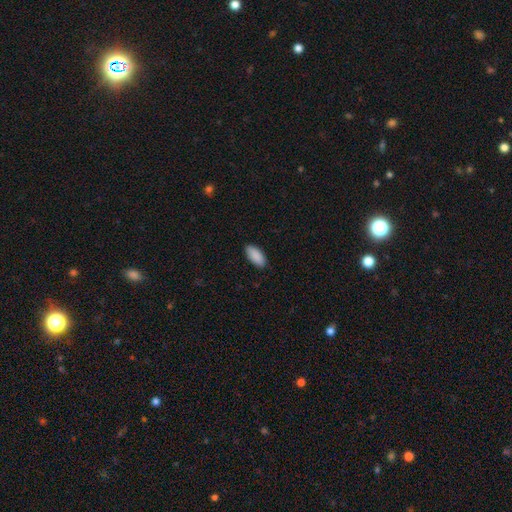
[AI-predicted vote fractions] Smooth or featured: smooth — 91% (star or artifact — 6%)
How rounded: in between — 92% (cigar-shaped — 6%)
Merging: none — 88% (minor disturbance — 10%)